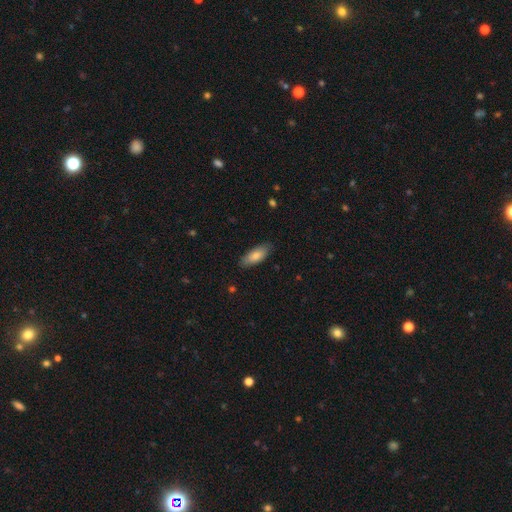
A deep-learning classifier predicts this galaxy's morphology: This appears to be a smooth galaxy with no disk features (80%) that is in between round and cigar-shaped (80%). Merging: none (85%).